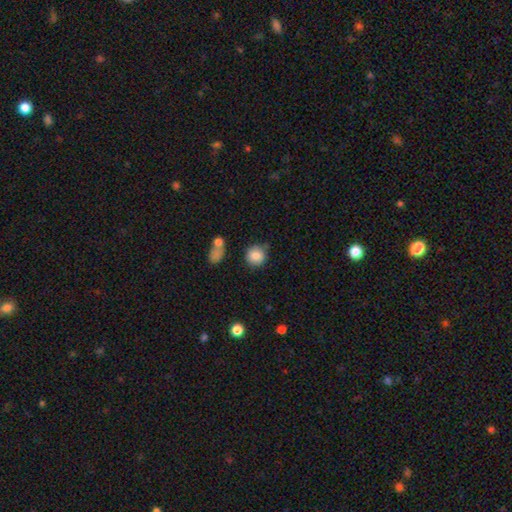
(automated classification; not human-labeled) Q: Smooth or featured?
A: smooth (85%); runner-up: star or artifact (9%)
Q: How rounded?
A: round (89%); runner-up: in between (10%)
Q: Merging?
A: none (74%); runner-up: minor disturbance (16%)